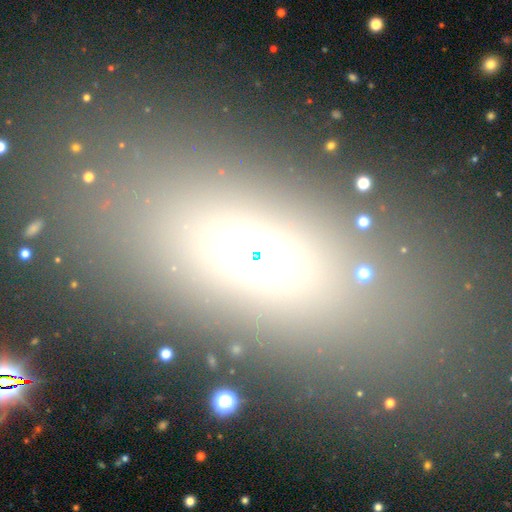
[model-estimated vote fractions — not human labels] This is possibly a smooth galaxy (58%). How rounded: likely in between (76%). Merging: likely none (79%).